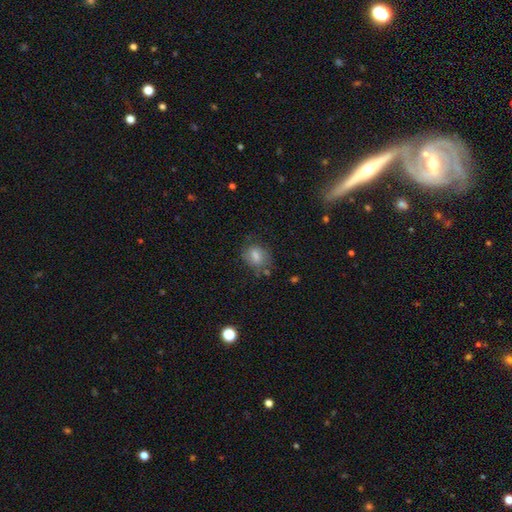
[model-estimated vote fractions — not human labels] A smooth galaxy with no disk features (70%) that is in between round and cigar-shaped (61%). Merging: none (64%).